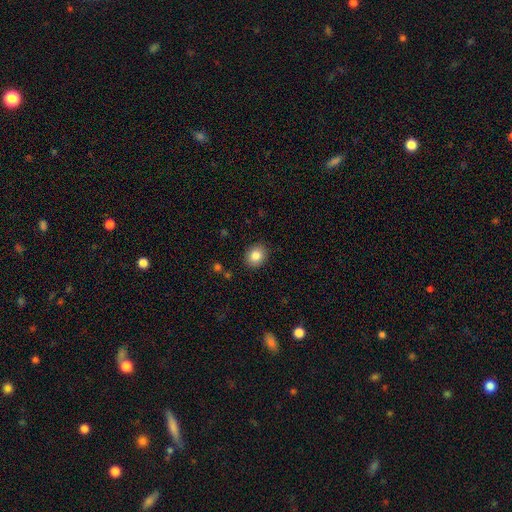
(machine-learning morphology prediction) Smooth or featured? Predicted: smooth (p=0.84). How rounded? Predicted: round (p=0.63). Merging? Predicted: none (p=0.89).